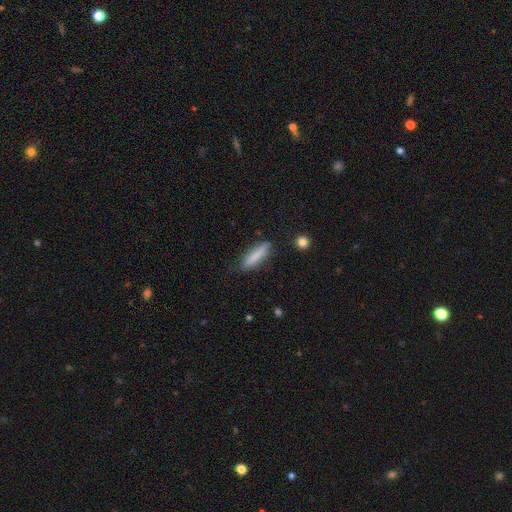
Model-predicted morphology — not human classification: A smooth galaxy with no disk features (80%) that is cigar-shaped (79%).

Vote fractions:
- Smooth or featured? smooth: 80% / featured or disk: 14% / star or artifact: 6%
- How rounded? cigar-shaped: 79% / in between: 19% / round: 2%
- Merging? none: 82% / minor disturbance: 13% / major disturbance: 3% / merger: 2%